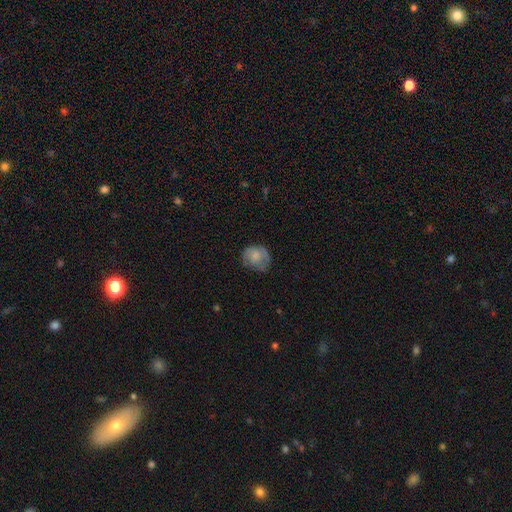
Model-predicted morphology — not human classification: Smooth or featured: smooth — 67% (featured or disk — 25%)
How rounded: round — 66% (in between — 33%)
Merging: none — 56% (minor disturbance — 29%)